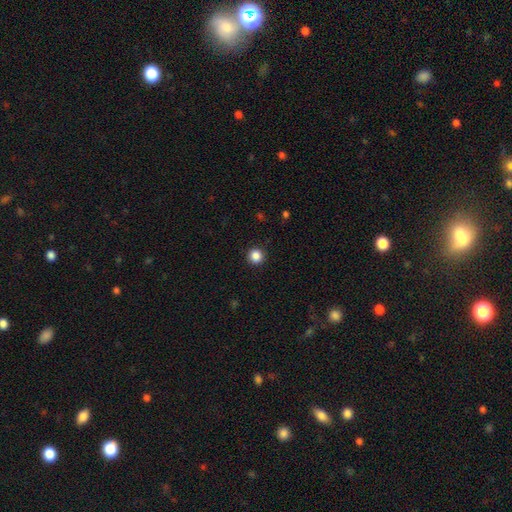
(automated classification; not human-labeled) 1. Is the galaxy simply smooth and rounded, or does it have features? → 86% smooth, 11% star or artifact, 3% featured or disk.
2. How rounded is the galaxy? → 95% round, 4% in between, 1% cigar-shaped.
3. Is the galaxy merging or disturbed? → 92% none, 5% minor disturbance, 2% major disturbance, 1% merger.